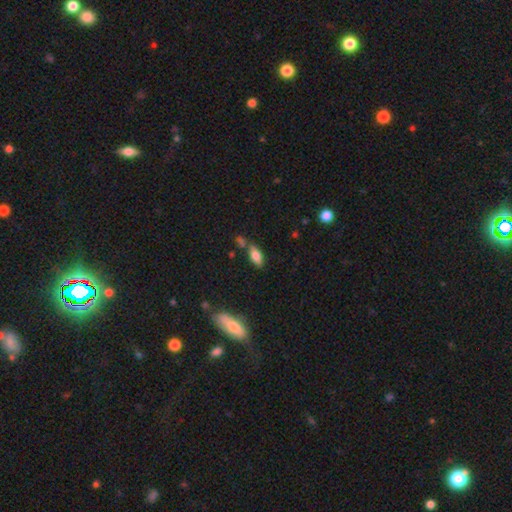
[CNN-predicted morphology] Smooth or featured? Predicted: smooth (p=0.78). How rounded? Predicted: in between (p=0.85). Merging? Predicted: none (p=0.63).